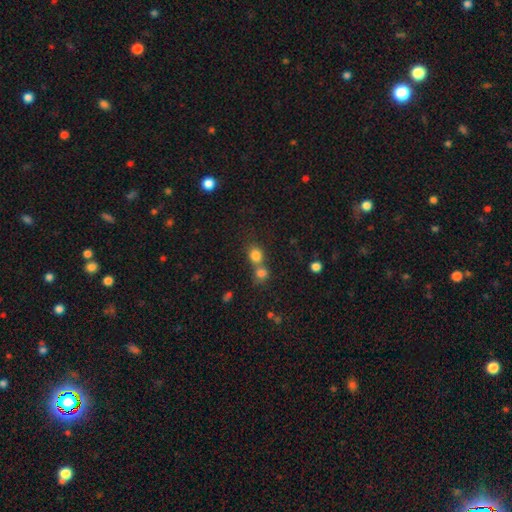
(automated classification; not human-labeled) This appears to be a smooth galaxy with no disk features (80%) that is round (71%). Merging: merger (49%).